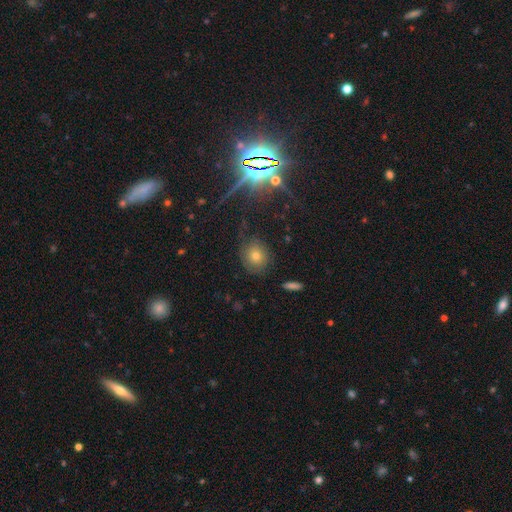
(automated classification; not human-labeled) Smooth or featured: smooth — 51% (star or artifact — 29%)
How rounded: round — 68% (in between — 30%)
Merging: none — 76% (minor disturbance — 16%)